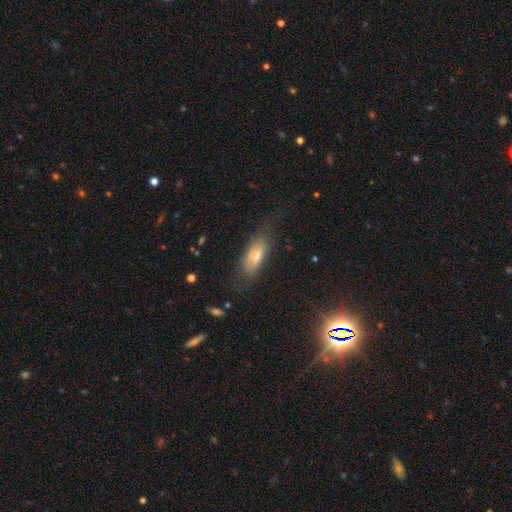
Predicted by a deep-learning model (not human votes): Smooth or featured? smooth (56%)
How rounded? in between (68%)
Merging? none (62%)